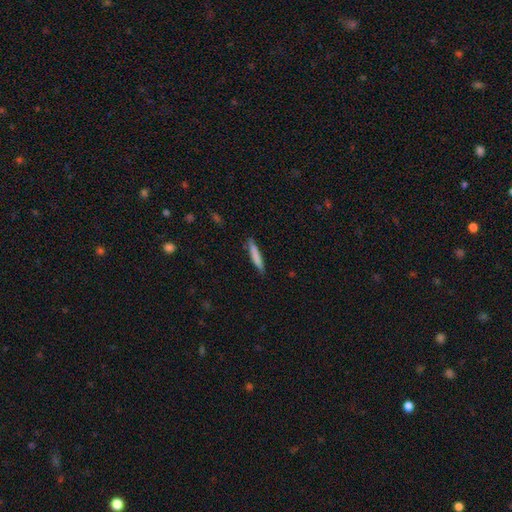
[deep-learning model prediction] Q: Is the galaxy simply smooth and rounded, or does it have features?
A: smooth — 78%.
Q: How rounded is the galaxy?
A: cigar-shaped — 92%.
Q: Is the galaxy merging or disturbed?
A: none — 84%.